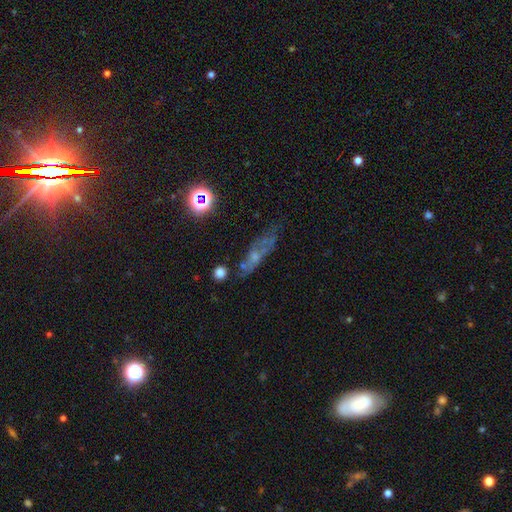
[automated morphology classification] Overall: featured or disk (42%; smooth 34%). Merging: none (55%; minor disturbance 23%).